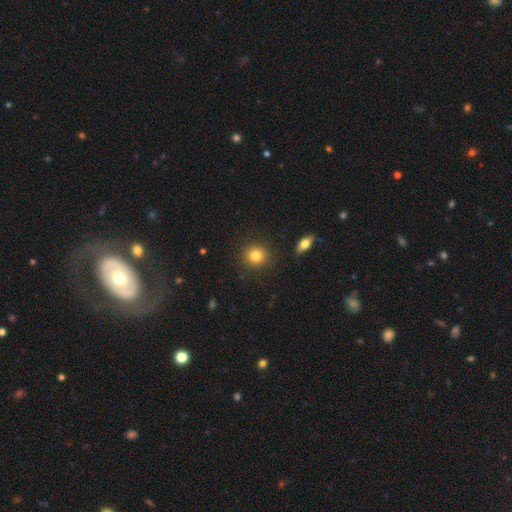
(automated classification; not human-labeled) Q: Smooth or featured?
A: smooth (83%); runner-up: star or artifact (10%)
Q: How rounded?
A: round (87%); runner-up: in between (12%)
Q: Merging?
A: none (89%); runner-up: minor disturbance (7%)